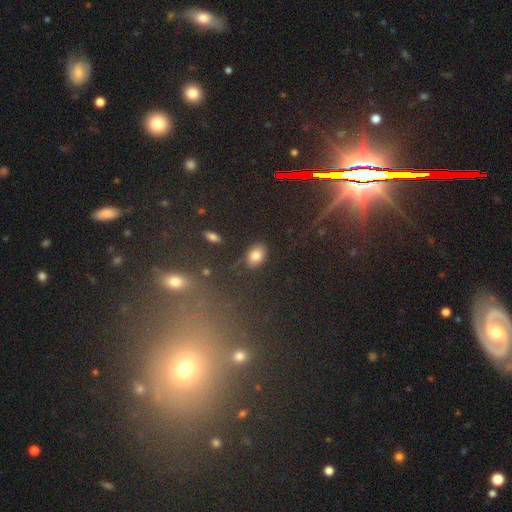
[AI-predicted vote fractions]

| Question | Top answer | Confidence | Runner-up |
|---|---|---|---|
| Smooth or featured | smooth | 81% | star or artifact (11%) |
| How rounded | in between | 79% | round (19%) |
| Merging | none | 80% | minor disturbance (14%) |